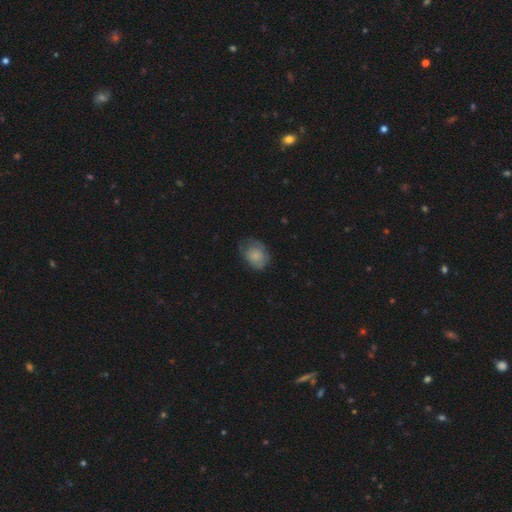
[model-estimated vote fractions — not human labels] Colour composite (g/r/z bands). It shows a smooth galaxy with no disk features (76%) that is in between round and cigar-shaped (60%). Merging: none (52%).